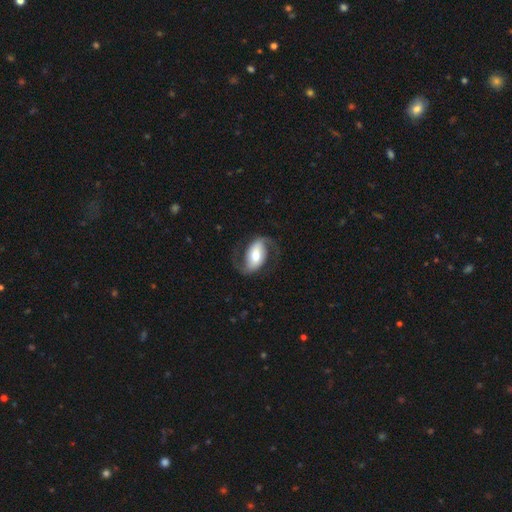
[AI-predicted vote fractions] Smooth or featured?
  - featured or disk: 79% *
  - smooth: 16%
  - star or artifact: 5%
Edge-on disk?
  - no: 96% *
  - yes: 4%
Bar?
  - strong: 37% *
  - weak: 34%
  - no: 29%
Spiral arms?
  - yes: 94% *
  - no: 6%
Spiral winding?
  - loose: 57% *
  - medium: 34%
  - tight: 9%
Spiral arm count?
  - 2: 92% *
  - 1: 3%
  - can't tell: 3%
  - 3: 1%
  - 4: 1%
  - more than 4: 1%
Bulge size?
  - moderate: 58% *
  - large: 20%
  - small: 17%
  - dominant: 4%
  - none: 2%
Merging?
  - none: 72% *
  - minor disturbance: 15%
  - major disturbance: 12%
  - merger: 1%